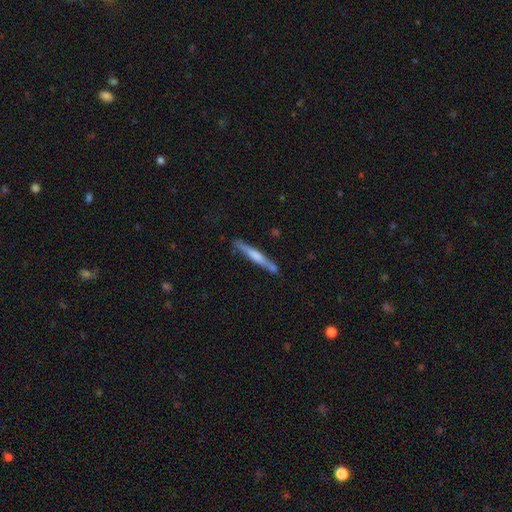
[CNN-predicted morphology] A featured or disk galaxy (64%) viewed edge-on (96%) with a rounded central bulge (73%).

Vote fractions:
- Smooth or featured? featured or disk: 64% / smooth: 28% / star or artifact: 7%
- Edge-on disk? yes: 96% / no: 4%
- Edge-on bulge? rounded: 73% / none: 18% / boxy: 9%
- Merging? none: 83% / minor disturbance: 12% / merger: 2% / major disturbance: 2%